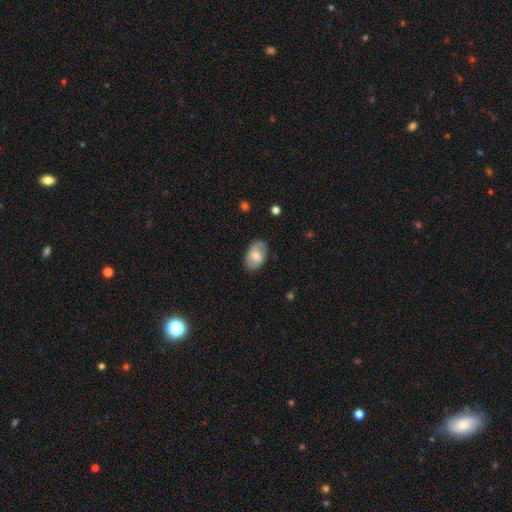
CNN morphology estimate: A smooth galaxy with no disk features (66%) that is in between round and cigar-shaped (89%). Merging: none (76%).